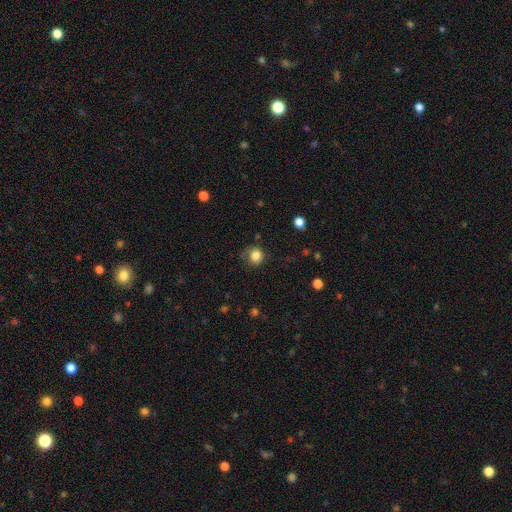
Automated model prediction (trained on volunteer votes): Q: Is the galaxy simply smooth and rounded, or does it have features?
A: smooth — 83%.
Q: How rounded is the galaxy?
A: round — 80%.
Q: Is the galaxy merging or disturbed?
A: none — 65%.